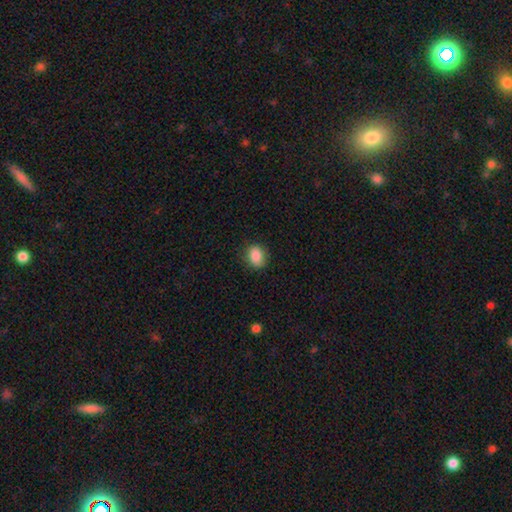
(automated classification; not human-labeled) The model was most divided on "how rounded": in between: 53%, round: 46%, cigar-shaped: 1%. More confident: smooth or featured — smooth (86%); merging — none (84%).